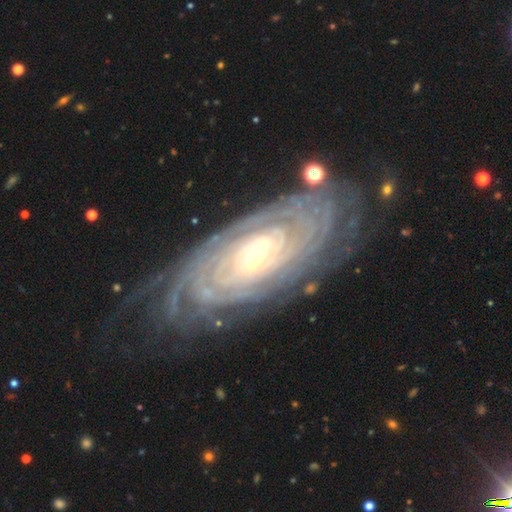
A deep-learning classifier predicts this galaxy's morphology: Smooth or featured?
  - featured or disk: 90% *
  - star or artifact: 5%
  - smooth: 5%
Edge-on disk?
  - no: 94% *
  - yes: 6%
Bar?
  - no: 44% *
  - weak: 37%
  - strong: 20%
Spiral arms?
  - yes: 98% *
  - no: 2%
Spiral winding?
  - tight: 87% *
  - medium: 11%
  - loose: 2%
Spiral arm count?
  - can't tell: 29% *
  - more than 4: 27%
  - 4: 18%
  - 3: 10%
  - 2: 9%
  - 1: 7%
Bulge size?
  - small: 62% *
  - moderate: 33%
  - large: 3%
  - none: 1%
  - dominant: 1%
Merging?
  - none: 77% *
  - minor disturbance: 16%
  - major disturbance: 5%
  - merger: 2%